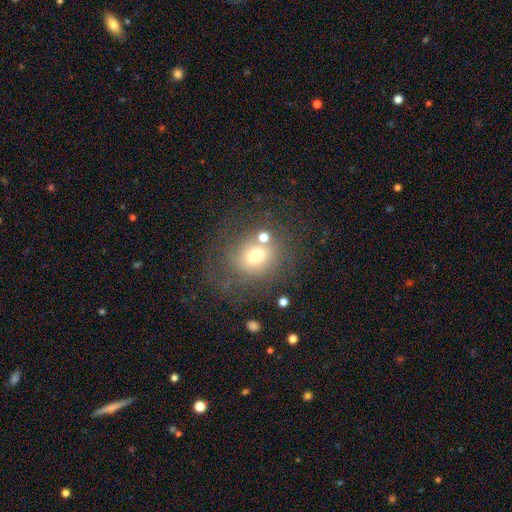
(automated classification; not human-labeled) Smooth or featured?
  - smooth: 63% *
  - featured or disk: 21%
  - star or artifact: 16%
How rounded?
  - round: 77% *
  - in between: 22%
  - cigar-shaped: 1%
Merging?
  - none: 60% *
  - minor disturbance: 17%
  - major disturbance: 12%
  - merger: 11%